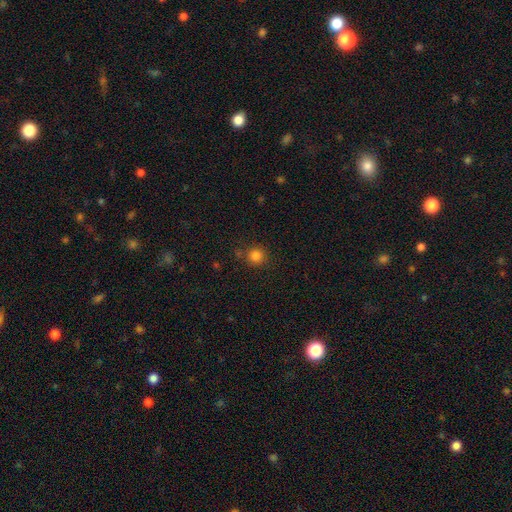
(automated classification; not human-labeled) smooth 82%, star or artifact 14%, featured or disk 4%. Down the decision tree: how rounded — round (93%); merging — none (84%).